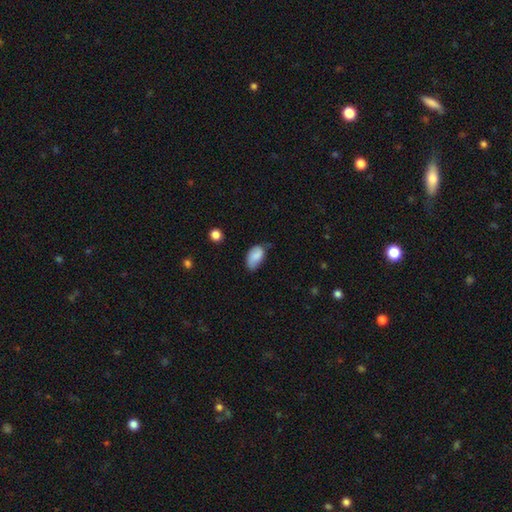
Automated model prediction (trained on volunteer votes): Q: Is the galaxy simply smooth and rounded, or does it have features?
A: smooth — 82%.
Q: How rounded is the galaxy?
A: in between — 93%.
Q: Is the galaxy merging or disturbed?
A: none — 56%.